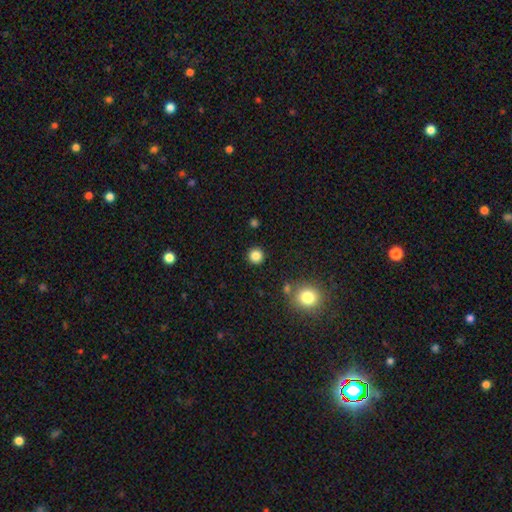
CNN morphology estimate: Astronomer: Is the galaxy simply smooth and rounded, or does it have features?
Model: smooth — 84%.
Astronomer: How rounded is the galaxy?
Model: round — 95%.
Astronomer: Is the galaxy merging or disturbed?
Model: none — 91%.